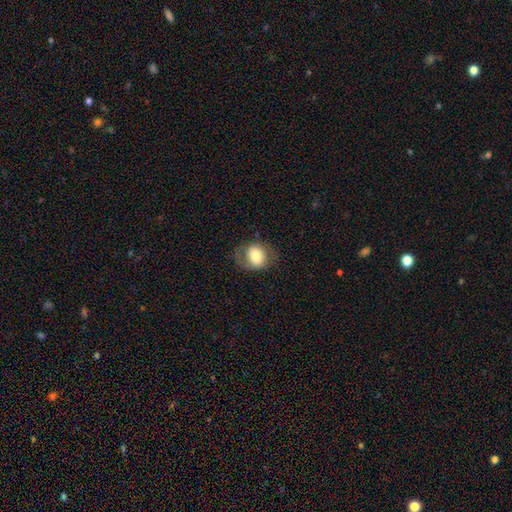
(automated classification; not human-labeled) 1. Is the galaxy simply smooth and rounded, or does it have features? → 63% smooth, 29% featured or disk, 8% star or artifact.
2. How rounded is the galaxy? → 50% in between, 49% round, 1% cigar-shaped.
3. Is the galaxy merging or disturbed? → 67% none, 19% minor disturbance, 12% major disturbance, 1% merger.